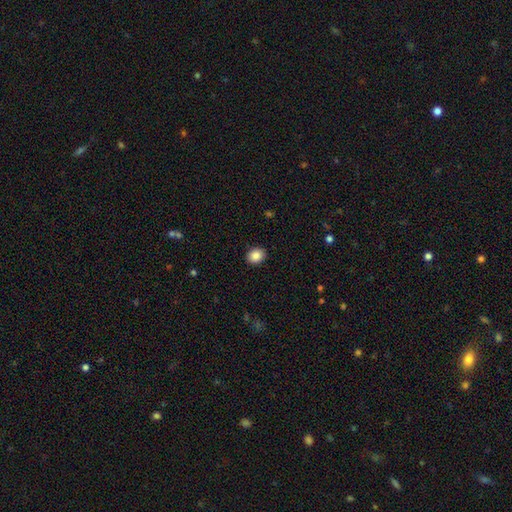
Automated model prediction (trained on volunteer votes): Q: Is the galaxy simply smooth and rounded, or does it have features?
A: smooth — 88%.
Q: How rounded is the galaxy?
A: round — 51%.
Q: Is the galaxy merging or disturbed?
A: none — 91%.